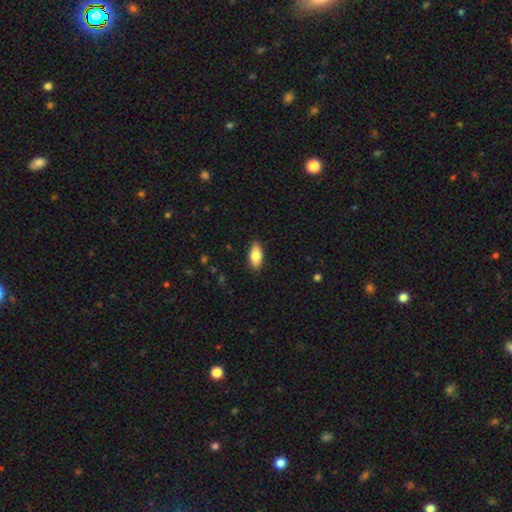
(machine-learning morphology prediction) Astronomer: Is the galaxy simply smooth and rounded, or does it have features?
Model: smooth — 83%.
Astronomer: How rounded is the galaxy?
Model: in between — 87%.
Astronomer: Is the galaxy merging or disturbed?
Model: none — 88%.